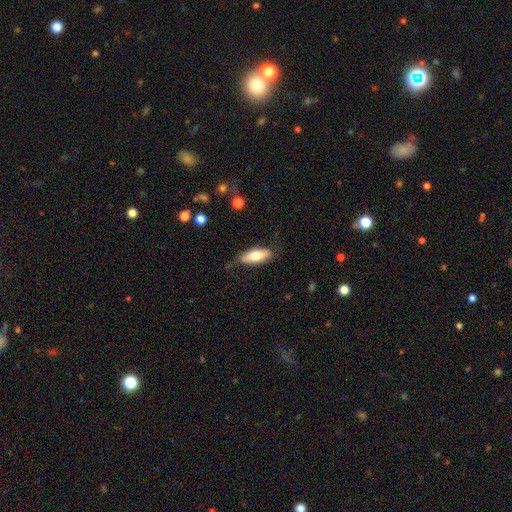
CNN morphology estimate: smooth_or_featured: smooth (p=0.73) [alt: featured or disk p=0.21]
how_rounded: in between (p=0.67) [alt: cigar-shaped p=0.31]
merging: none (p=0.78) [alt: minor disturbance p=0.17]